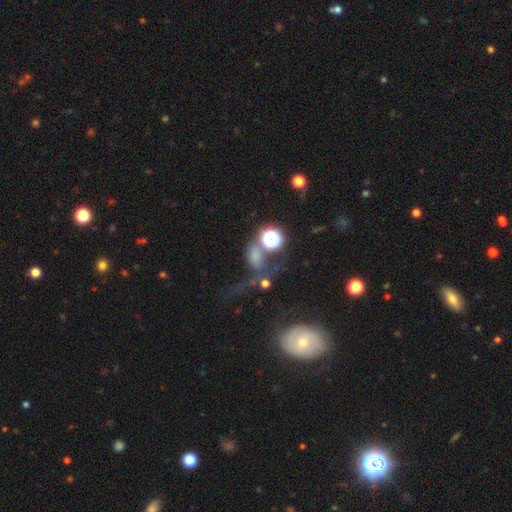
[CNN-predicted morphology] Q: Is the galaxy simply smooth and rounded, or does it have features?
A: smooth — 55%.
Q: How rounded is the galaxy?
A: round — 49%.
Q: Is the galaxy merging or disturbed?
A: none — 34%.